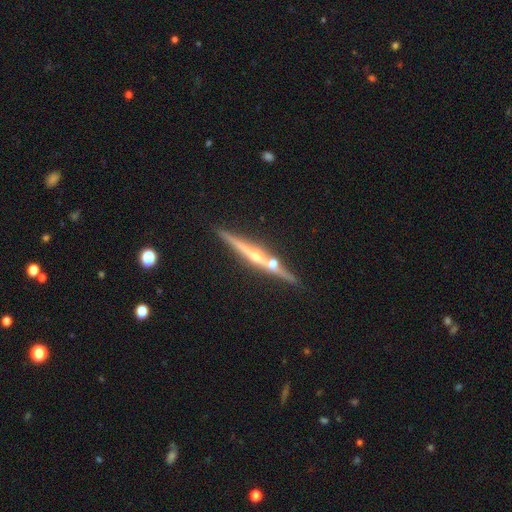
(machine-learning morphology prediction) Smooth or featured: featured or disk — 80% (smooth — 13%)
Edge-on disk: yes — 98% (no — 2%)
Edge-on bulge: rounded — 79% (none — 15%)
Merging: none — 80% (merger — 9%)